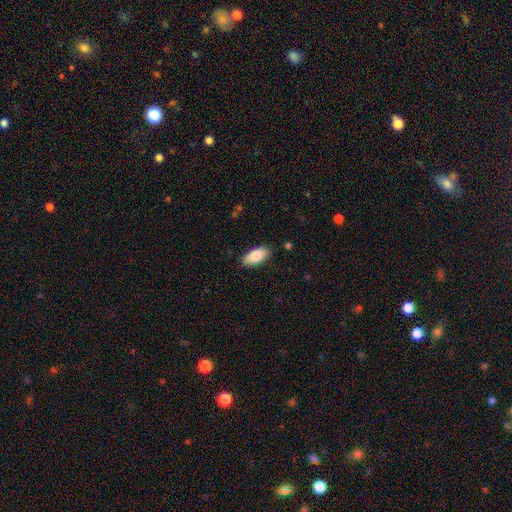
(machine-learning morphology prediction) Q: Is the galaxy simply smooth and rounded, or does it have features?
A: smooth — 84%.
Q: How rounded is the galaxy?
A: in between — 88%.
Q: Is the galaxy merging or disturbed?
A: none — 87%.